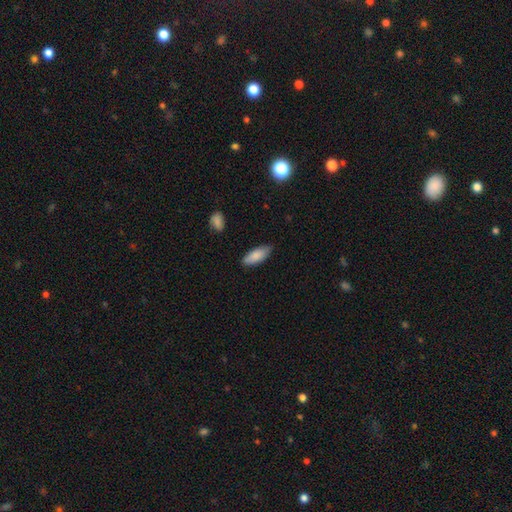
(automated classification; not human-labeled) This is clearly a smooth galaxy (86%). How rounded: likely in between (78%). Merging: likely none (80%).